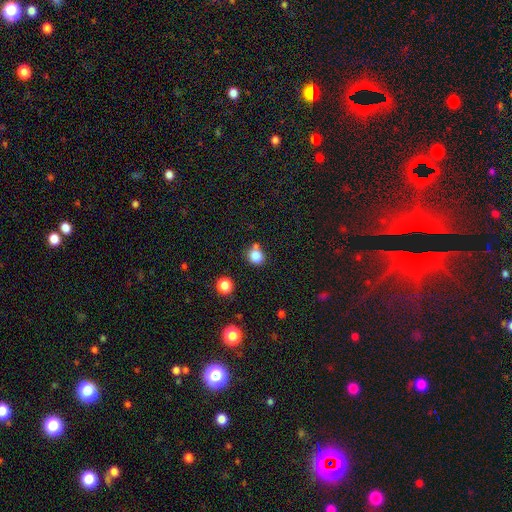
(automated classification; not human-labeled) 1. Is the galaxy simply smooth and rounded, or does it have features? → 83% smooth, 12% star or artifact, 5% featured or disk.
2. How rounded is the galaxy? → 82% round, 17% in between, 1% cigar-shaped.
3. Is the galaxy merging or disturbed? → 66% none, 17% merger, 13% minor disturbance, 4% major disturbance.